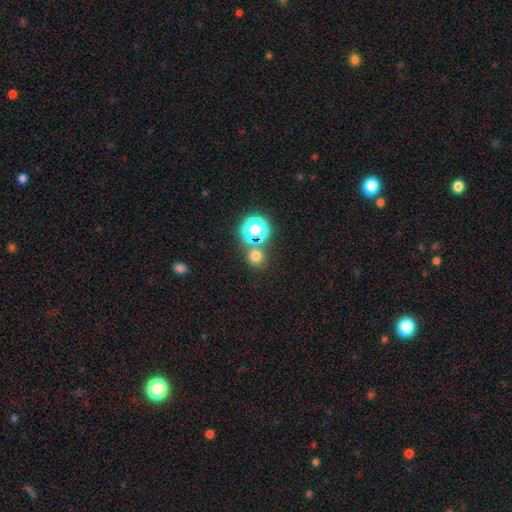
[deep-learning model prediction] smooth-or-featured: smooth: 68% | star or artifact: 25% | featured or disk: 7%
  how-rounded: round: 90% | in between: 9% | cigar-shaped: 1%
  merging: none: 72% | merger: 18% | minor disturbance: 7% | major disturbance: 3%